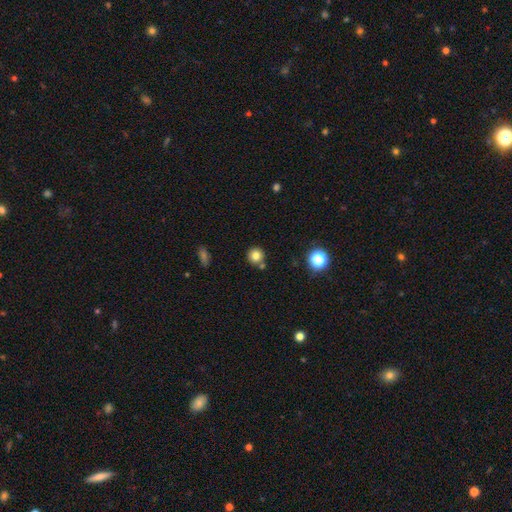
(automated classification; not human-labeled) Smooth or featured?
  - smooth: 80% *
  - star or artifact: 12%
  - featured or disk: 8%
How rounded?
  - round: 92% *
  - in between: 7%
  - cigar-shaped: 1%
Merging?
  - none: 76% *
  - merger: 12%
  - minor disturbance: 9%
  - major disturbance: 3%